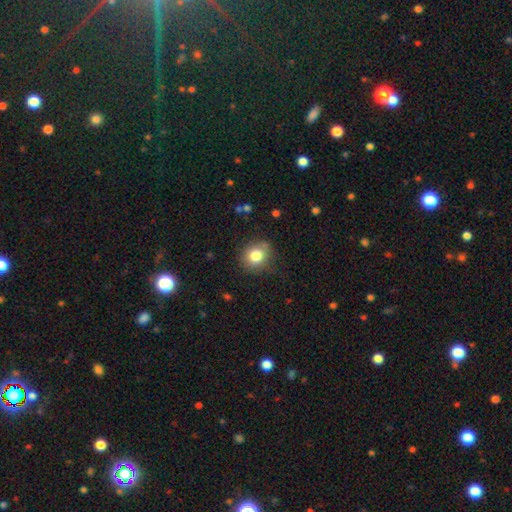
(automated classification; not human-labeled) Morphology: type=smooth (81%); roundness=round (78%); merging=none (80%).